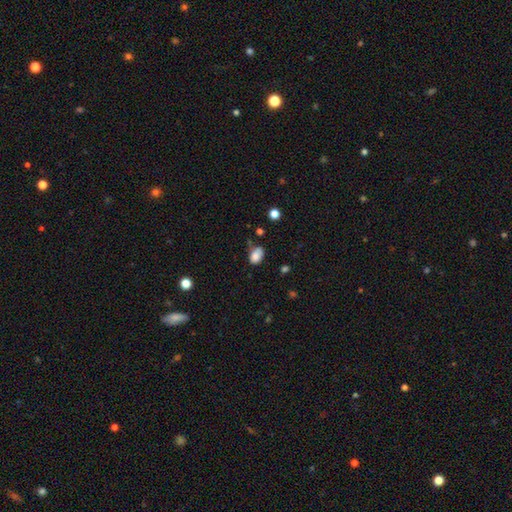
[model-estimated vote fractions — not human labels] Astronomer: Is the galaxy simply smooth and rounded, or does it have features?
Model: smooth — 80%.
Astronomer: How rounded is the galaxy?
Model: in between — 82%.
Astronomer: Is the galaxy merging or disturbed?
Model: none — 49% (runner-up: minor disturbance, 30%).